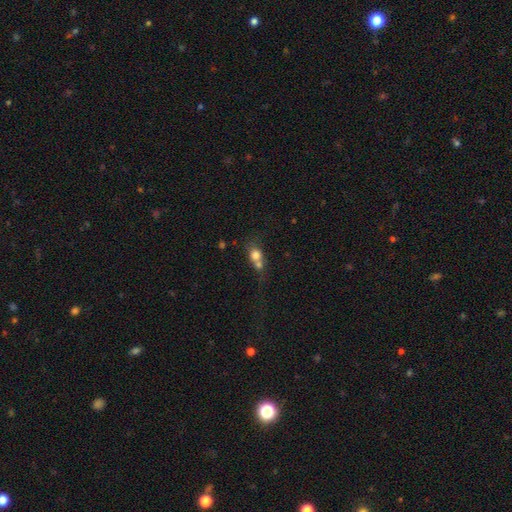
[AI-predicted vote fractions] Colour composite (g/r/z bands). It shows a smooth galaxy with no disk features (71%) that is round (66%). Merging: merger (62%).